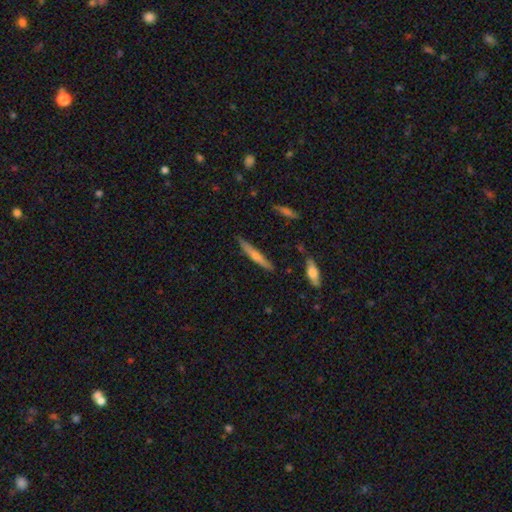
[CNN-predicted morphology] This appears to be a smooth galaxy with no disk features (47%). Merging: none (87%).